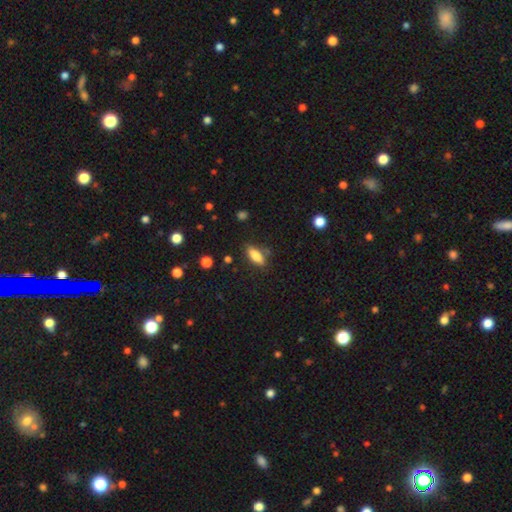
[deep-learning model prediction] A smooth galaxy with no disk features (83%) that is in between round and cigar-shaped (75%).

Vote fractions:
- Smooth or featured? smooth: 83% / featured or disk: 9% / star or artifact: 8%
- How rounded? in between: 75% / cigar-shaped: 22% / round: 3%
- Merging? none: 77% / minor disturbance: 15% / major disturbance: 4% / merger: 3%